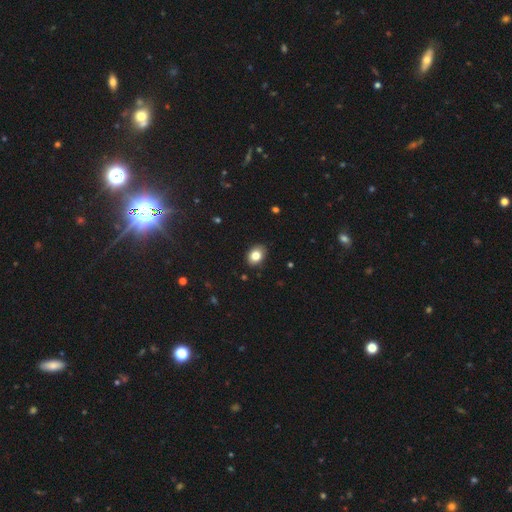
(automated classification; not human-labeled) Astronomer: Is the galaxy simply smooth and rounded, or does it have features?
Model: smooth — 82%.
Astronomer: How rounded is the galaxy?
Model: in between — 67%.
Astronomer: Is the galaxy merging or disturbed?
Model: none — 86%.